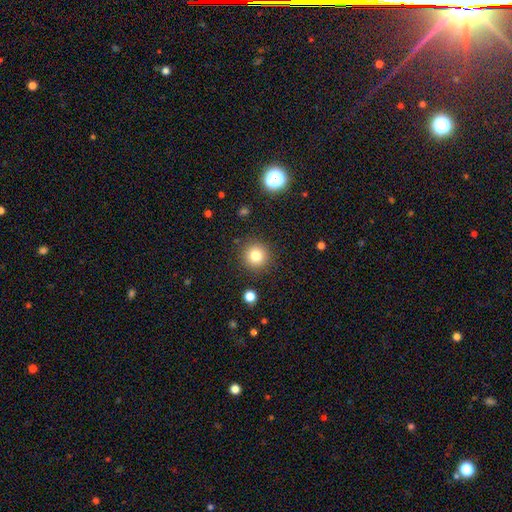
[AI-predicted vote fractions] Smooth or featured: smooth — 80% (star or artifact — 12%)
How rounded: round — 95% (in between — 4%)
Merging: none — 90% (minor disturbance — 6%)